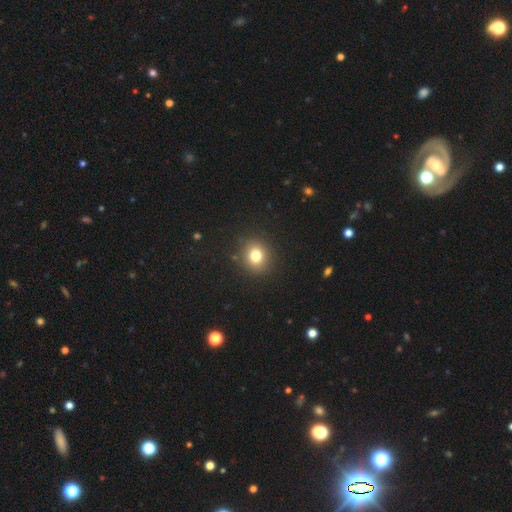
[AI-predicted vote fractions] Smooth or featured? smooth (78%)
How rounded? round (81%)
Merging? none (90%)